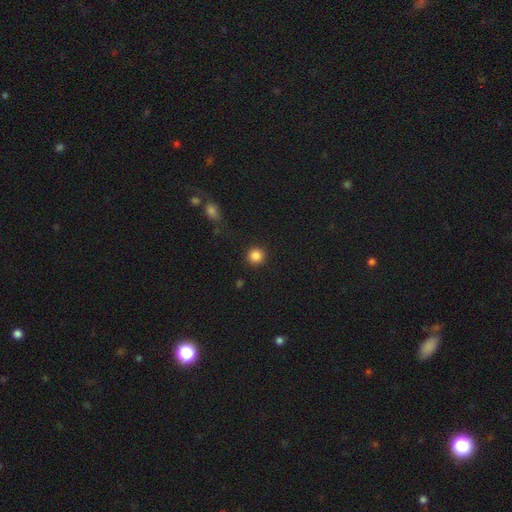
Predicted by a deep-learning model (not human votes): This is clearly a smooth galaxy (86%). How rounded: clearly round (94%). Merging: clearly none (91%).